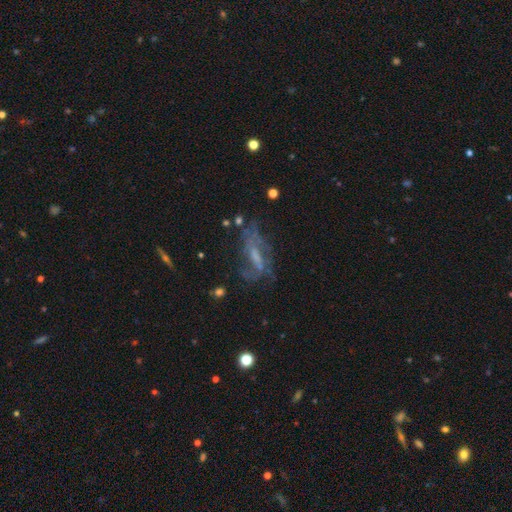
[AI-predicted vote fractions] Smooth or featured: featured or disk — 67% (smooth — 19%)
Edge-on disk: no — 86% (yes — 14%)
Bar: weak — 44% (no — 35%)
Spiral arms: yes — 71% (no — 29%)
Bulge size: small — 35% (moderate — 32%)
Merging: none — 50% (major disturbance — 25%)